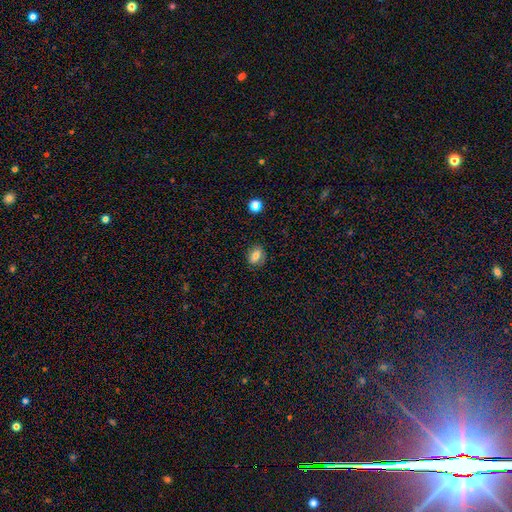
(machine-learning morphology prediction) This is likely a smooth galaxy (75%). How rounded: likely in between (66%). Merging: clearly none (82%).